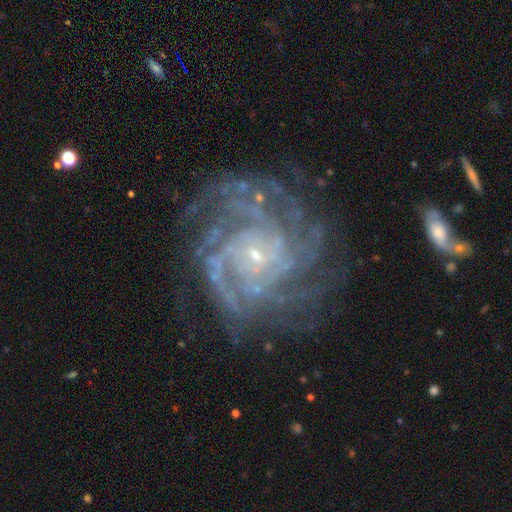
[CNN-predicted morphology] Smooth or featured?
  - featured or disk: 89% *
  - star or artifact: 7%
  - smooth: 4%
Edge-on disk?
  - no: 98% *
  - yes: 2%
Bar?
  - no: 66% *
  - weak: 26%
  - strong: 8%
Spiral arms?
  - yes: 97% *
  - no: 3%
Spiral winding?
  - tight: 68% *
  - medium: 27%
  - loose: 5%
Spiral arm count?
  - 4: 25% *
  - more than 4: 23%
  - can't tell: 21%
  - 3: 13%
  - 2: 10%
  - 1: 8%
Bulge size?
  - small: 85% *
  - moderate: 10%
  - none: 3%
  - large: 1%
  - dominant: 1%
Merging?
  - none: 74% *
  - minor disturbance: 16%
  - major disturbance: 9%
  - merger: 2%